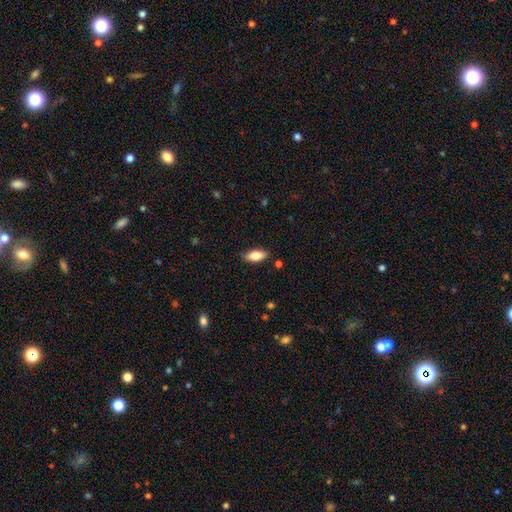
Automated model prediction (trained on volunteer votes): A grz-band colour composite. It shows a smooth galaxy with no disk features (76%) that is in between round and cigar-shaped (84%). Merging: none (84%).